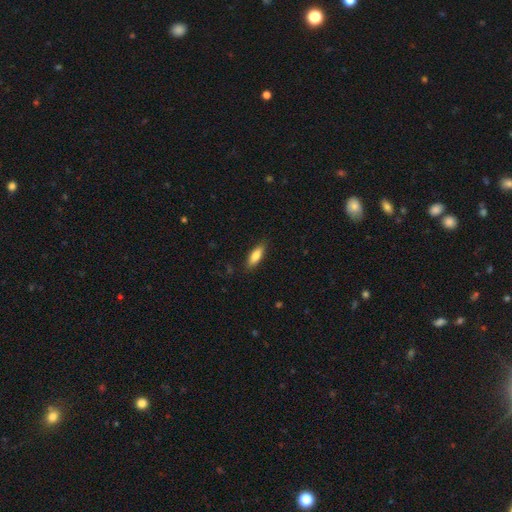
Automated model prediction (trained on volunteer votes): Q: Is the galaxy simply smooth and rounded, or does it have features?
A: smooth — 81%.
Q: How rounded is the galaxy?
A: in between — 59%.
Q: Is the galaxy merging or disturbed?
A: none — 84%.